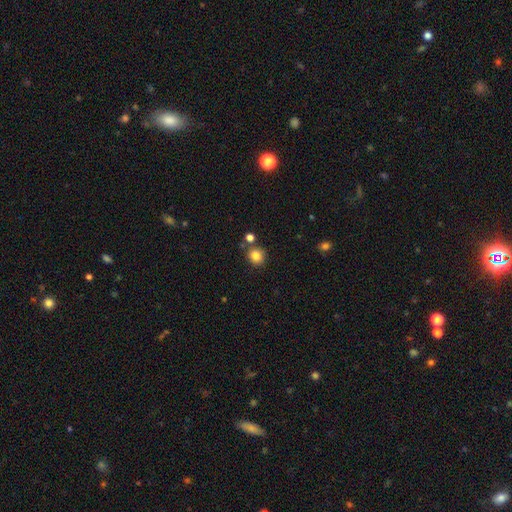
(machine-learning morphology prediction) This appears to be a smooth galaxy with no disk features (83%) that is round (84%). Merging: none (77%).